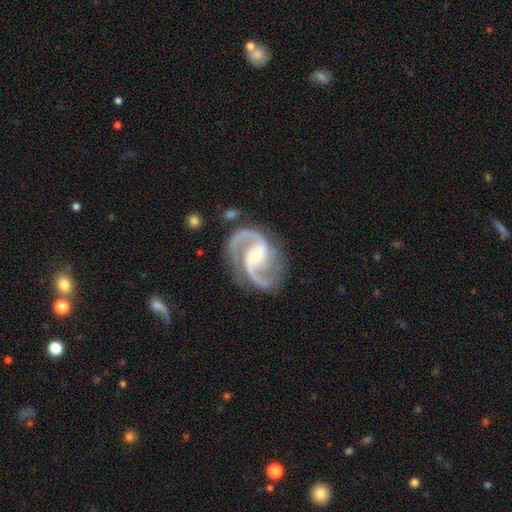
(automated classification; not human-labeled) Smooth or featured? Predicted: featured or disk (p=0.94). Edge-on disk? Predicted: no (p=0.98). Bar? Predicted: weak (p=0.41). Spiral arms? Predicted: yes (p=0.99). Spiral winding? Predicted: medium (p=0.65). Spiral arm count? Predicted: 2 (p=0.93). Bulge size? Predicted: moderate (p=0.53). Merging? Predicted: none (p=0.79).